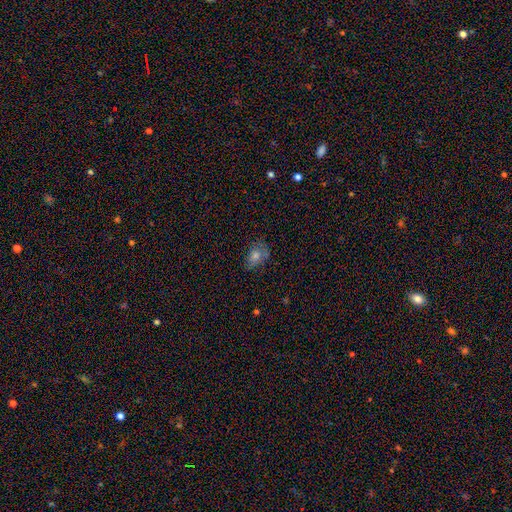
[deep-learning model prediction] The model was most divided on "merging": none: 59%, minor disturbance: 27%, major disturbance: 11%, merger: 2%. More confident: how rounded — in between (70%); smooth or featured — smooth (60%).